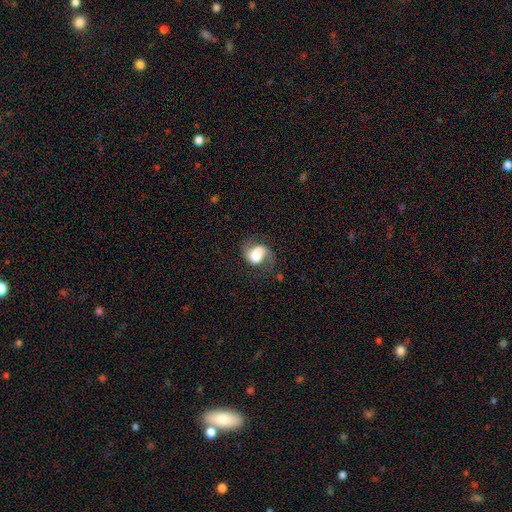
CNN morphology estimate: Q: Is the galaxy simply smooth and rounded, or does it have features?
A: featured or disk — 46%.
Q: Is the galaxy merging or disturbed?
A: none — 45%.